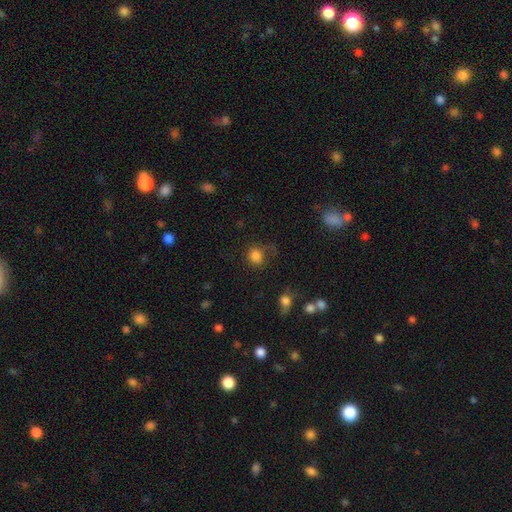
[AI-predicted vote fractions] This is clearly a smooth galaxy (82%). How rounded: clearly round (80%). Merging: possibly none (59%).